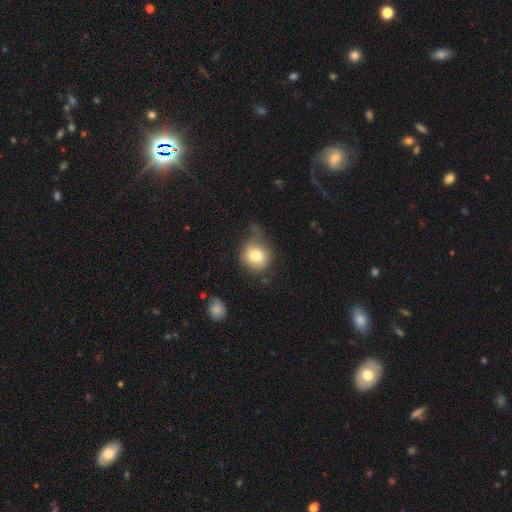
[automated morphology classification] type=smooth (78%); roundness=round (81%); merging=none (46%).